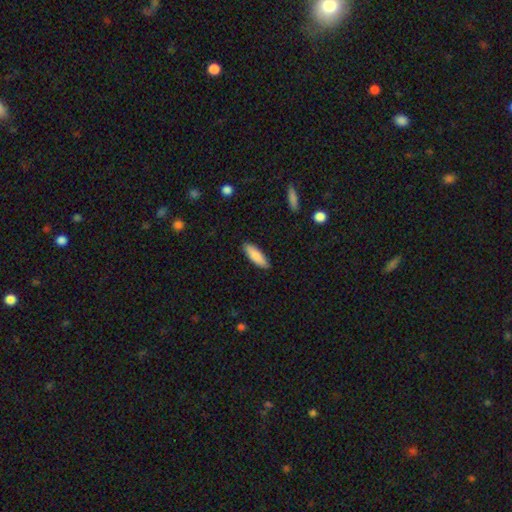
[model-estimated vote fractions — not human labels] Smooth or featured? smooth (87%)
How rounded? in between (53%)
Merging? none (89%)